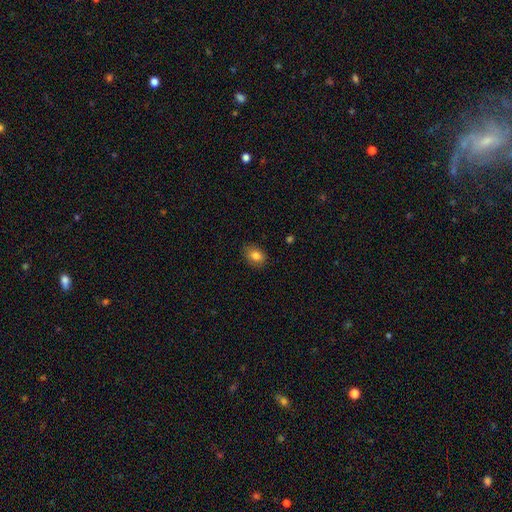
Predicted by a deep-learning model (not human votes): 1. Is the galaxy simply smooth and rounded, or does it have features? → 82% smooth, 9% star or artifact, 8% featured or disk.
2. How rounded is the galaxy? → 66% in between, 33% round, 1% cigar-shaped.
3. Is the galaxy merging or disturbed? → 82% none, 14% minor disturbance, 3% major disturbance, 1% merger.